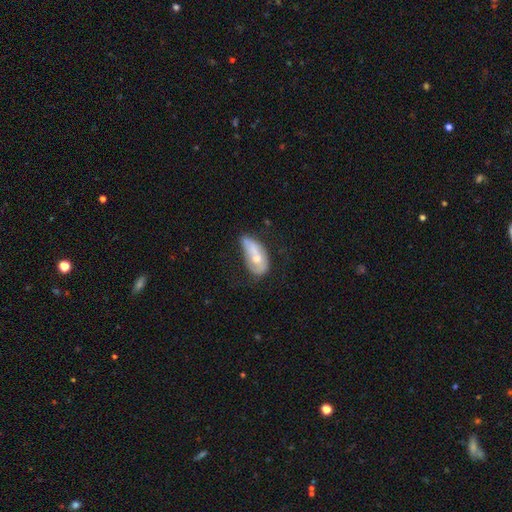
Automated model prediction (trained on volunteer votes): Morphology: type=smooth (53%); roundness=in between (88%); merging=minor disturbance (35%).